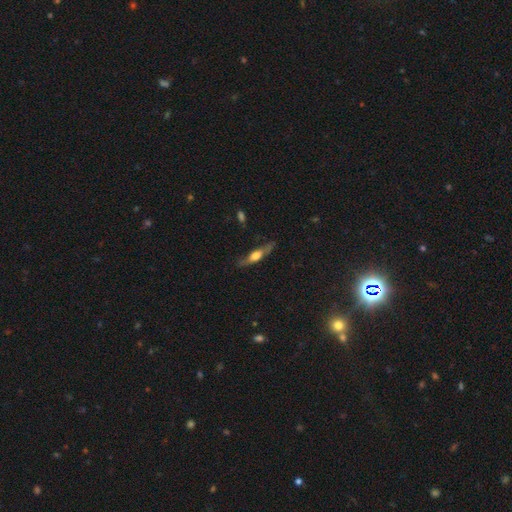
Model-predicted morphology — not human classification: A featured or disk galaxy (58%) viewed edge-on (90%) with a rounded central bulge (85%).

Vote fractions:
- Smooth or featured? featured or disk: 58% / smooth: 35% / star or artifact: 6%
- Edge-on disk? yes: 90% / no: 10%
- Edge-on bulge? rounded: 85% / boxy: 11% / none: 4%
- Merging? none: 76% / minor disturbance: 18% / major disturbance: 5% / merger: 2%